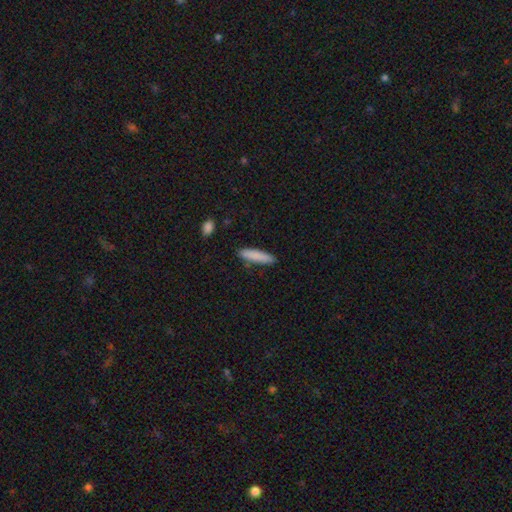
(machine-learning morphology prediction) Q: Smooth or featured?
A: smooth (85%); runner-up: featured or disk (9%)
Q: How rounded?
A: cigar-shaped (82%); runner-up: in between (17%)
Q: Merging?
A: none (86%); runner-up: minor disturbance (10%)